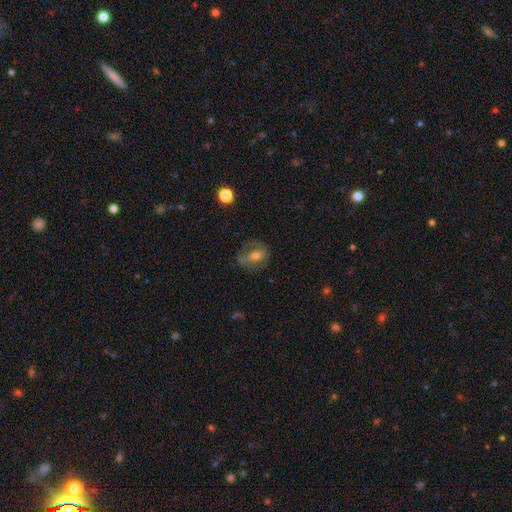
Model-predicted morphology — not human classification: This appears to be a smooth galaxy with no disk features (46%). Merging: none (55%).